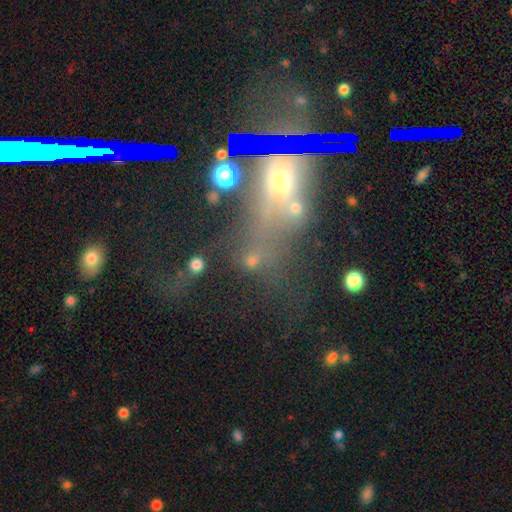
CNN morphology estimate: Smooth or featured: smooth — 41% (star or artifact — 37%)
Merging: none — 41% (merger — 25%)